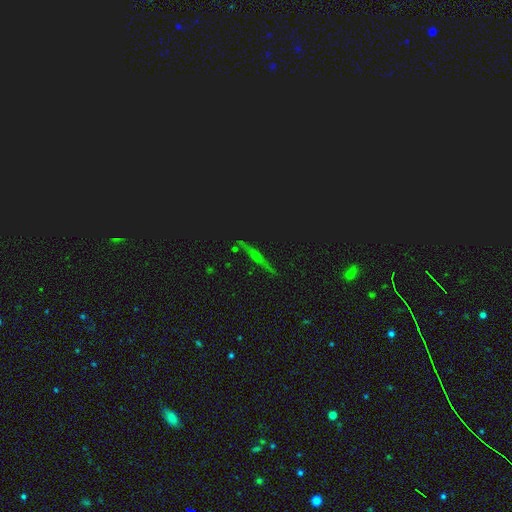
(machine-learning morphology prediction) Overall: star or artifact (45%; featured or disk 32%).